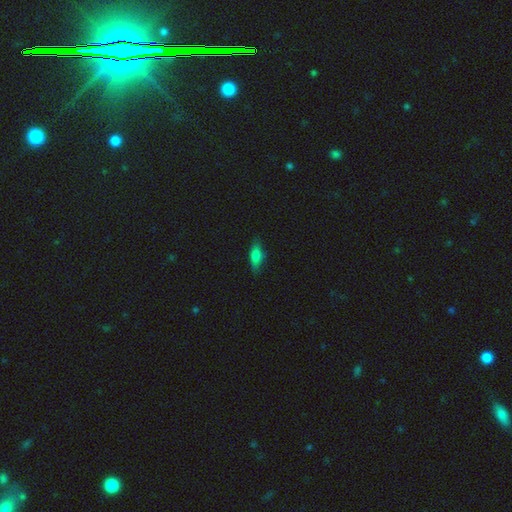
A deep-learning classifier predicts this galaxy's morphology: Smooth or featured? smooth (67%)
How rounded? in between (65%)
Merging? none (80%)